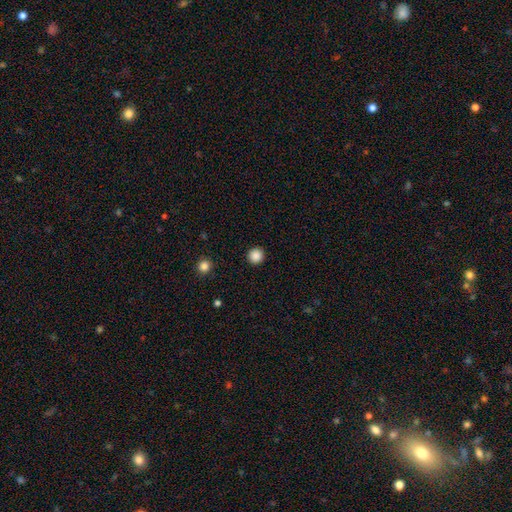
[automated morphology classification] This appears to be a smooth galaxy with no disk features (87%) that is round (94%). Merging: none (92%).